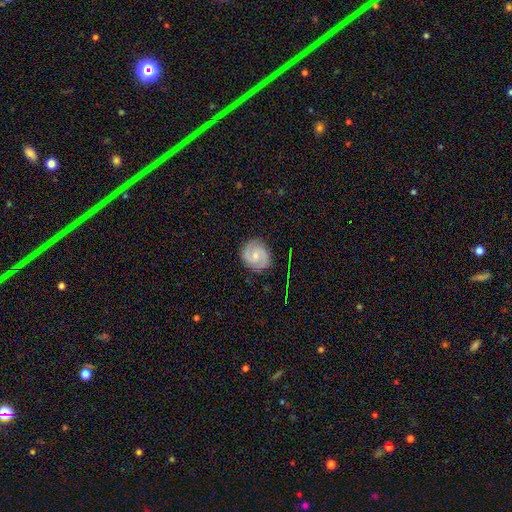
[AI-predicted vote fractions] This is clearly a featured or disk galaxy (81%). It is clearly not viewed edge-on (98%). Bar: possibly weak (47%). Spiral arm pattern: clearly yes (96%). Spiral arm count: clearly 2 (91%). Spiral winding: possibly medium (49%). Central bulge: possibly small (52%). Merging: clearly none (83%).